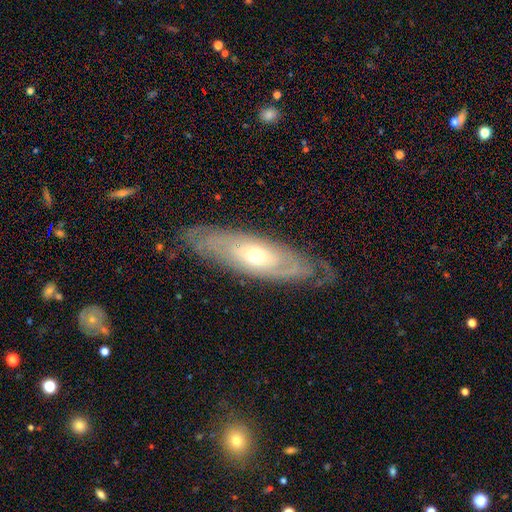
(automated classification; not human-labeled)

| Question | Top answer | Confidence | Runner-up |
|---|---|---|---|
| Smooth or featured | featured or disk | 72% | smooth (22%) |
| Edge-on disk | no | 78% | yes (22%) |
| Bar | no | 81% | weak (15%) |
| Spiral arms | yes | 71% | no (29%) |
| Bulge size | moderate | 50% | small (45%) |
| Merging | none | 77% | minor disturbance (16%) |